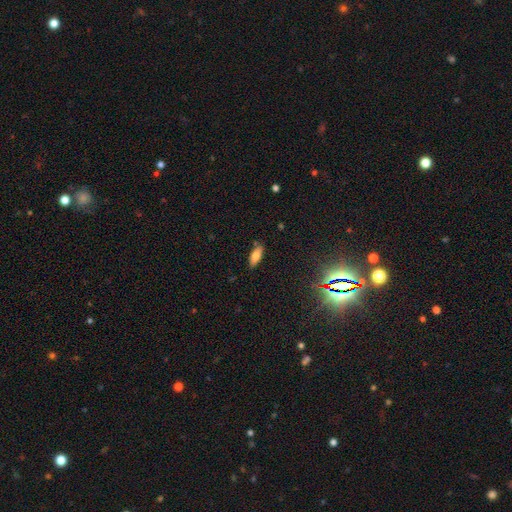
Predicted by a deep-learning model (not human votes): Smooth or featured? Predicted: smooth (p=0.76). How rounded? Predicted: in between (p=0.77). Merging? Predicted: none (p=0.83).